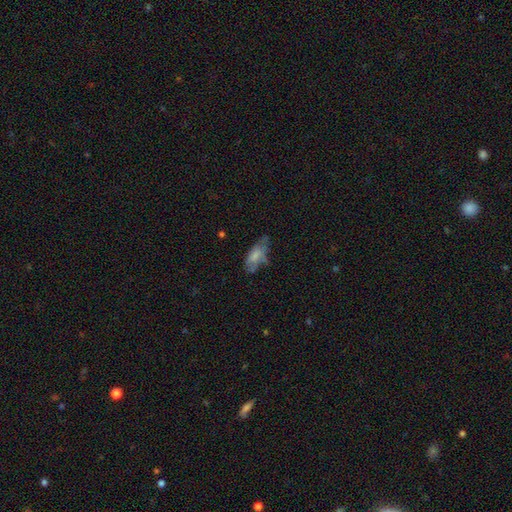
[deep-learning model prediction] Smooth or featured? smooth (62%)
How rounded? in between (84%)
Merging? none (40%)